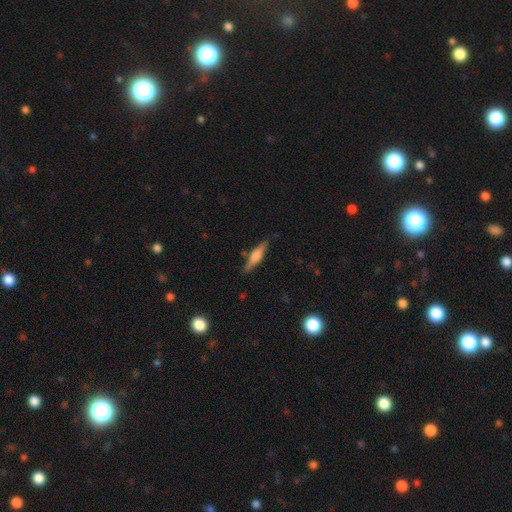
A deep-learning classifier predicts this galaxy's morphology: This is possibly a featured or disk galaxy (47%). Merging: clearly none (82%).